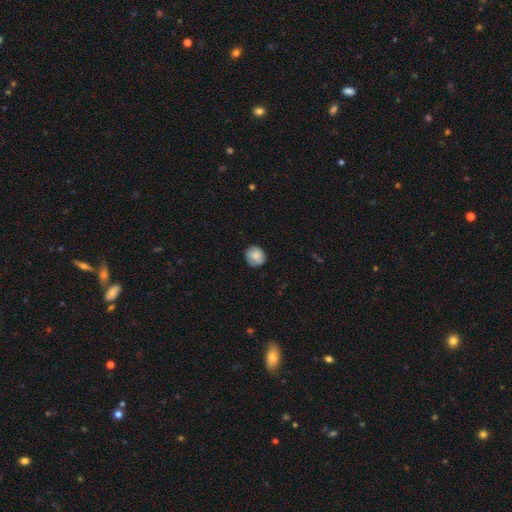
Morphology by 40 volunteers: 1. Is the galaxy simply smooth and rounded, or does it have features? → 90% smooth, 8% featured or disk, 2% star or artifact.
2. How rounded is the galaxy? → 89% round, 11% in between, 0% cigar-shaped.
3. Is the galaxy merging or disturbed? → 87% none, 10% minor disturbance, 3% major disturbance, 0% merger.